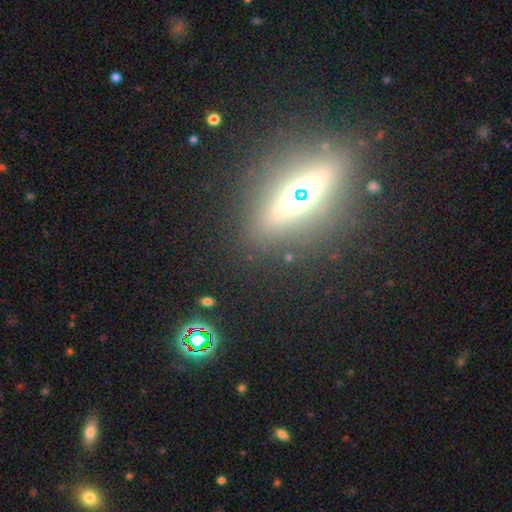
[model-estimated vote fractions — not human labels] featured or disk 55%, smooth 24%, star or artifact 22%. Down the decision tree: edge-on disk — yes (73%); merging — none (78%).